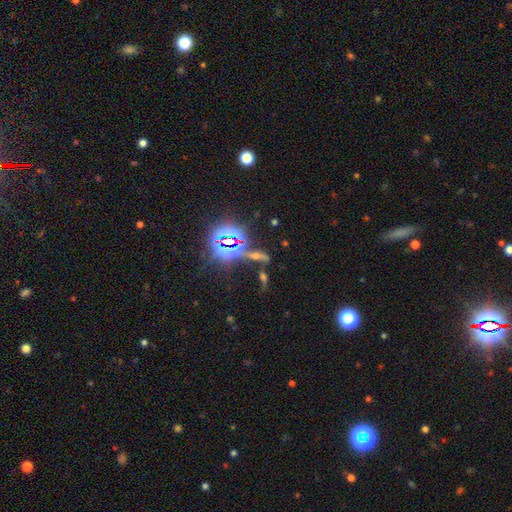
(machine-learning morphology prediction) Q: Smooth or featured?
A: star or artifact (55%); runner-up: featured or disk (24%)